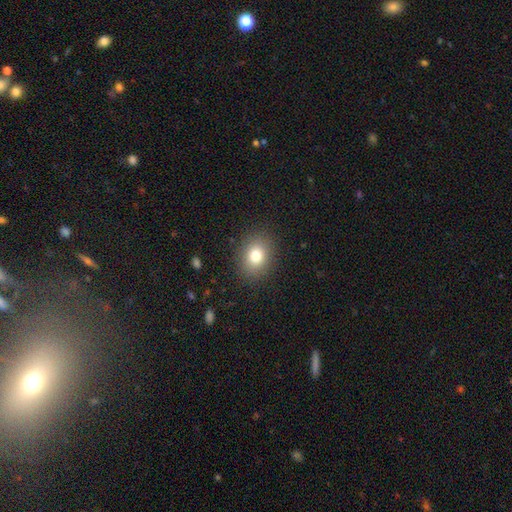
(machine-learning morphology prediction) The model was most divided on "how rounded": round: 50%, in between: 49%, cigar-shaped: 1%. More confident: merging — none (87%); smooth or featured — smooth (80%).